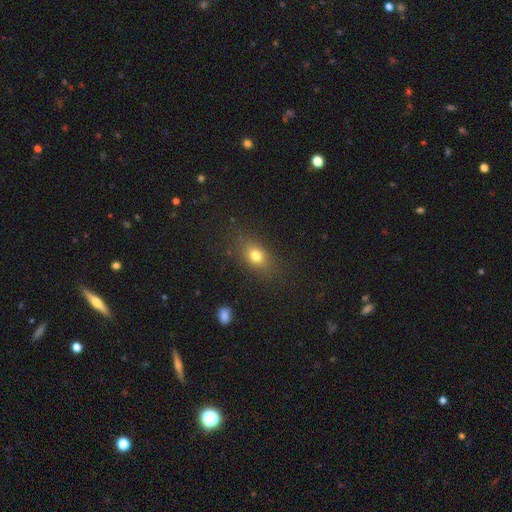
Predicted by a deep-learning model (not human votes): Smooth or featured? Predicted: smooth (p=0.75). How rounded? Predicted: in between (p=0.66). Merging? Predicted: none (p=0.81).